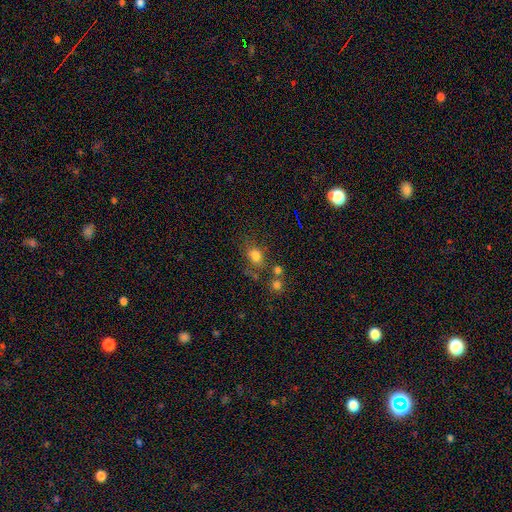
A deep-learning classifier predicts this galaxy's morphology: Smooth or featured?
  - smooth: 76% *
  - star or artifact: 15%
  - featured or disk: 9%
How rounded?
  - in between: 57% *
  - round: 42%
  - cigar-shaped: 2%
Merging?
  - none: 59% *
  - minor disturbance: 17%
  - merger: 16%
  - major disturbance: 8%